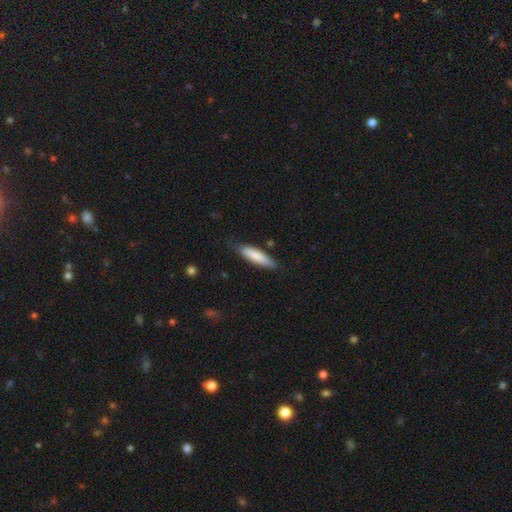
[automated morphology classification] Smooth or featured? Predicted: smooth (p=0.80). How rounded? Predicted: cigar-shaped (p=0.72). Merging? Predicted: none (p=0.76).